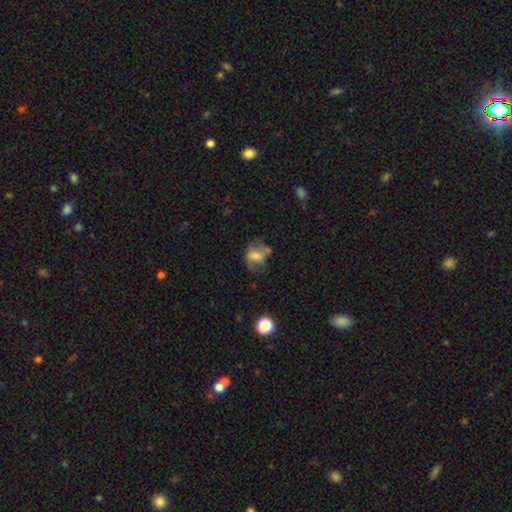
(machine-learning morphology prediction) Smooth or featured?
  - smooth: 49% *
  - featured or disk: 40%
  - star or artifact: 10%
Merging?
  - none: 41% *
  - minor disturbance: 26%
  - major disturbance: 21%
  - merger: 11%